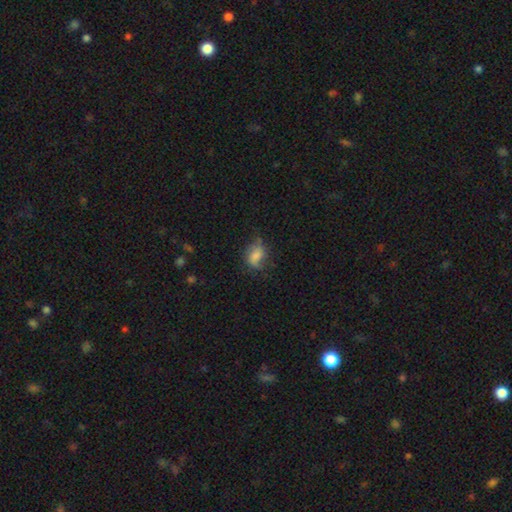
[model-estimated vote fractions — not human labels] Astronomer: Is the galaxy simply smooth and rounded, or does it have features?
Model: smooth — 64%.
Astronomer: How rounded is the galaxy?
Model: in between — 74%.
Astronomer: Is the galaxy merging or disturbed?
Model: none — 55%.